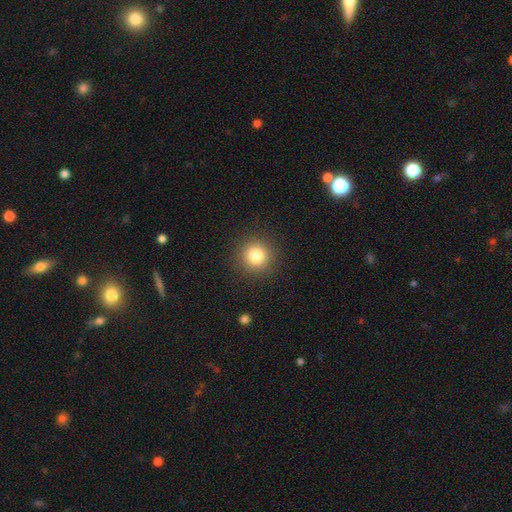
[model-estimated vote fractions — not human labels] A smooth galaxy with no disk features (82%) that is round (94%). Merging: none (91%).